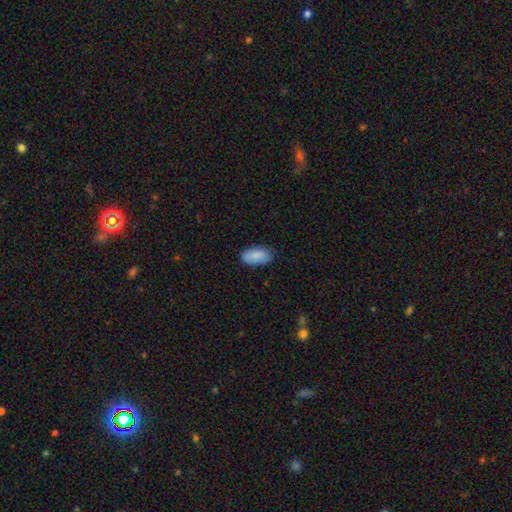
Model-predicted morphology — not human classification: Overall: smooth (87%). How rounded: in between (94%). Merging: none (80%).